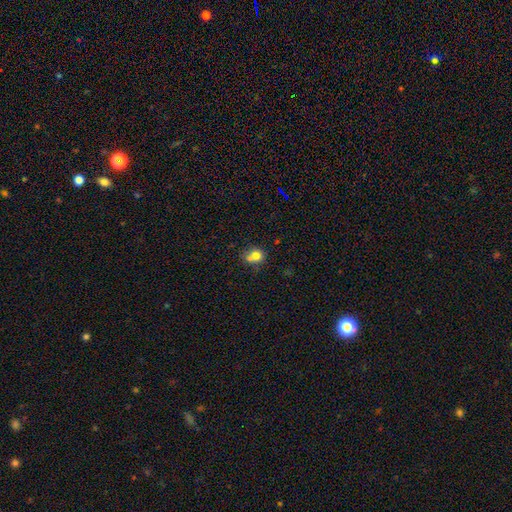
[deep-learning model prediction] Q: Smooth or featured?
A: smooth (76%); runner-up: star or artifact (12%)
Q: How rounded?
A: round (75%); runner-up: in between (24%)
Q: Merging?
A: none (52%); runner-up: merger (26%)